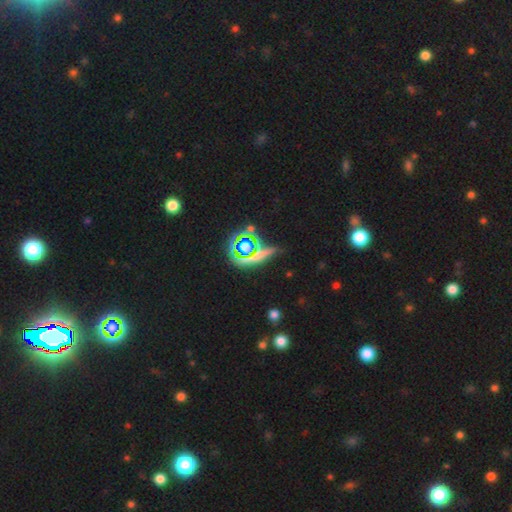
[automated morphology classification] Q: Smooth or featured?
A: star or artifact (63%); runner-up: smooth (21%)